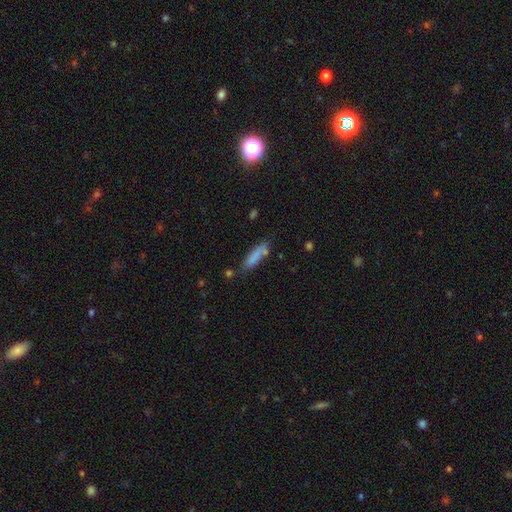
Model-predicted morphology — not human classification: Q: Smooth or featured?
A: smooth (80%); runner-up: featured or disk (12%)
Q: How rounded?
A: cigar-shaped (68%); runner-up: in between (30%)
Q: Merging?
A: none (64%); runner-up: minor disturbance (21%)